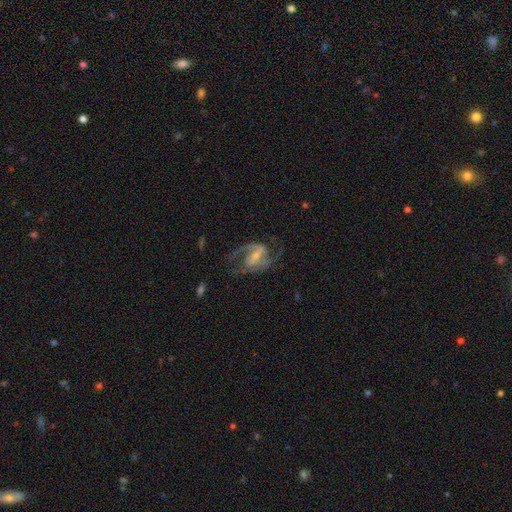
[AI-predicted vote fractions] A featured or disk galaxy (89%) with a weak bar (47%), 2 (88%) medium (56%) spiral arms (96%) and a small central bulge (51%). Merging: none (66%).